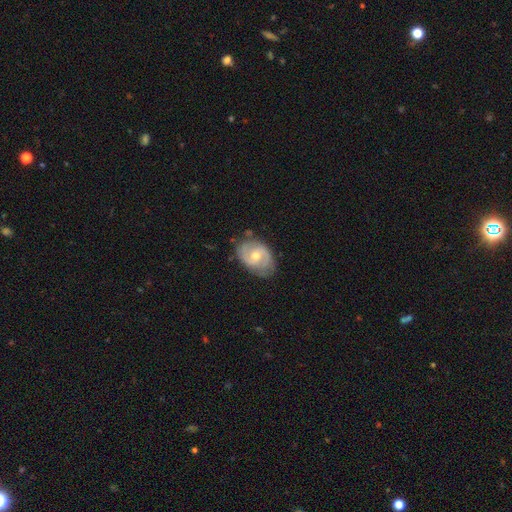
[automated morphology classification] A featured or disk galaxy (78%) with no bar (50%), 2 (83%) medium (47%) spiral arms (91%) and a moderate central bulge (63%). Merging: none (74%).